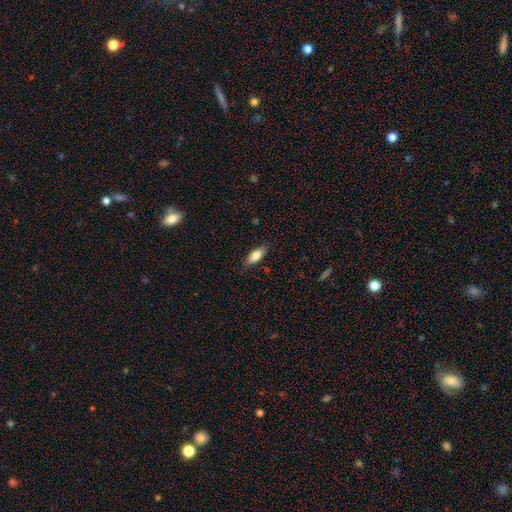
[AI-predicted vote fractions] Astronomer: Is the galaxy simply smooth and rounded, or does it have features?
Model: smooth — 79%.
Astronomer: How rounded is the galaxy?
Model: in between — 79%.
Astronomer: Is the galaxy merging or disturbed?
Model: none — 84%.